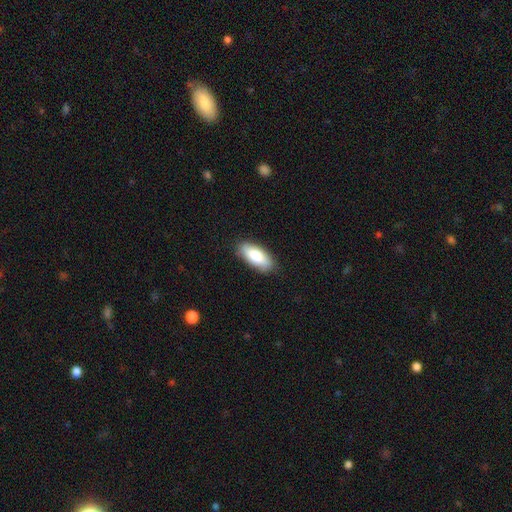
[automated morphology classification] type=smooth (82%); roundness=in between (82%); merging=none (87%).